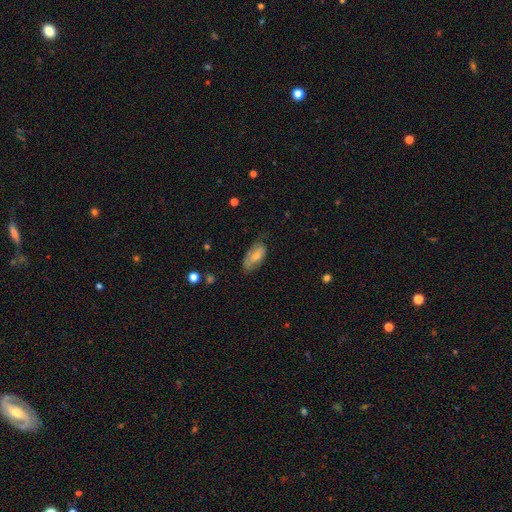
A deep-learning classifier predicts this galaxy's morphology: Overall: smooth (64%; featured or disk 29%). How rounded: in between (90%). Merging: none (57%; minor disturbance 30%).